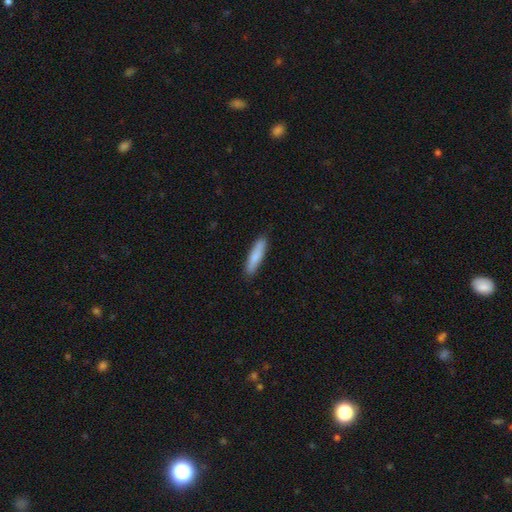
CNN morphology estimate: type=smooth (80%); roundness=cigar-shaped (83%); merging=none (89%).